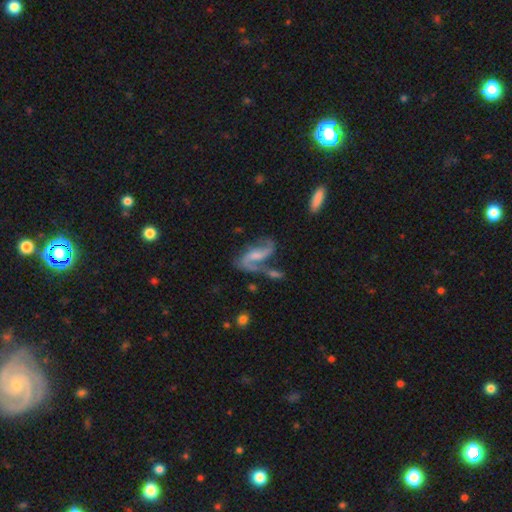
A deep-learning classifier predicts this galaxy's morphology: Q: Smooth or featured?
A: featured or disk (84%); runner-up: smooth (10%)
Q: Edge-on disk?
A: no (96%); runner-up: yes (4%)
Q: Bar?
A: weak (46%); runner-up: no (31%)
Q: Spiral arms?
A: yes (94%); runner-up: no (6%)
Q: Spiral winding?
A: loose (57%); runner-up: medium (35%)
Q: Spiral arm count?
A: 2 (85%); runner-up: 1 (8%)
Q: Bulge size?
A: small (39%); runner-up: none (29%)
Q: Merging?
A: none (39%); runner-up: merger (23%)